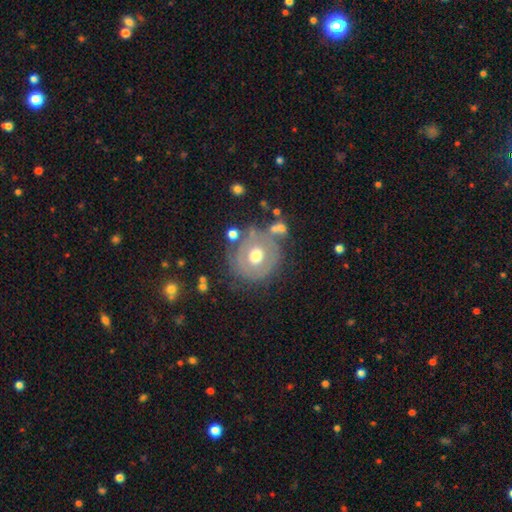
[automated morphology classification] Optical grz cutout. It shows a featured or disk galaxy (51%). Merging: none (66%).